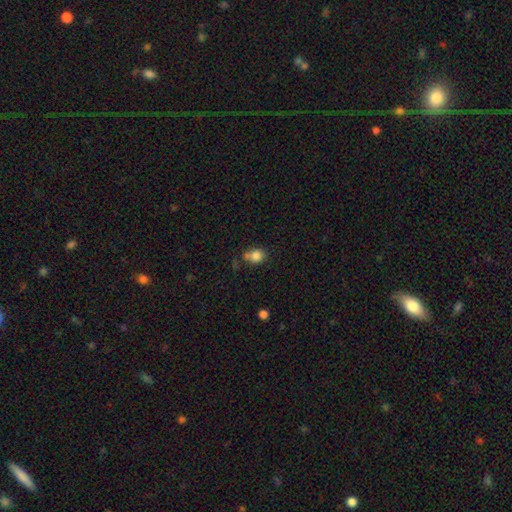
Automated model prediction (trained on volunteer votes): Smooth or featured? Predicted: smooth (p=0.82). How rounded? Predicted: round (p=0.62). Merging? Predicted: none (p=0.54).